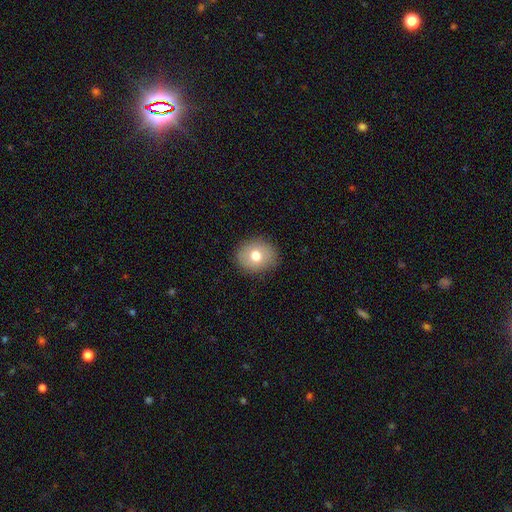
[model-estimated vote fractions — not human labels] A smooth galaxy with no disk features (74%) that is round (64%).

Vote fractions:
- Smooth or featured? smooth: 74% / featured or disk: 17% / star or artifact: 9%
- How rounded? round: 64% / in between: 35% / cigar-shaped: 1%
- Merging? none: 86% / minor disturbance: 10% / major disturbance: 3% / merger: 1%